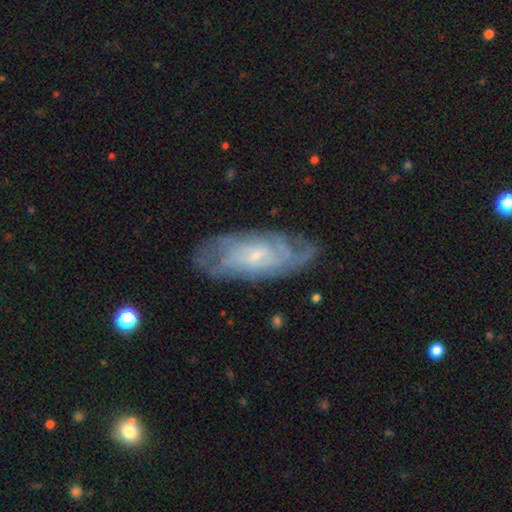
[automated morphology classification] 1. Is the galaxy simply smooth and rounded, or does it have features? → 76% featured or disk, 18% smooth, 6% star or artifact.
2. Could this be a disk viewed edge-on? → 90% no, 10% yes.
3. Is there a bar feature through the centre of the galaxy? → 64% no, 30% weak, 5% strong.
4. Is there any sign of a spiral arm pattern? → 89% yes, 11% no.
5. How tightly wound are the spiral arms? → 61% tight, 30% medium, 9% loose.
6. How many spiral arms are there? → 53% can't tell, 15% 2, 11% 3, 10% 4, 6% more than 4, 4% 1.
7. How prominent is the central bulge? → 76% small, 17% moderate, 4% none, 1% large, 1% dominant.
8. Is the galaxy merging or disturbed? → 74% none, 18% minor disturbance, 7% major disturbance, 1% merger.